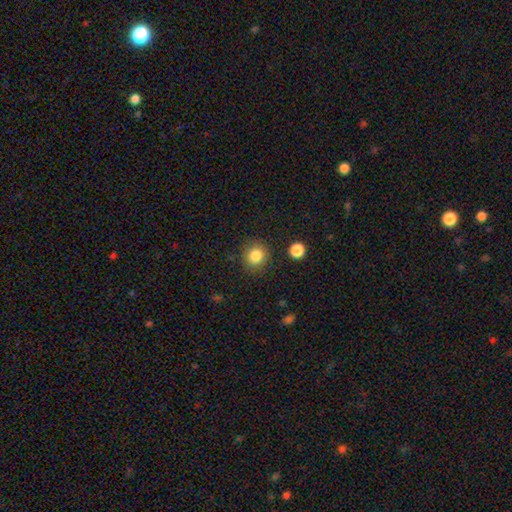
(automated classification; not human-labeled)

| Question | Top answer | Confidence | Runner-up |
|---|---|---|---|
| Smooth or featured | smooth | 85% | star or artifact (10%) |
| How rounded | round | 86% | in between (13%) |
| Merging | none | 86% | minor disturbance (9%) |